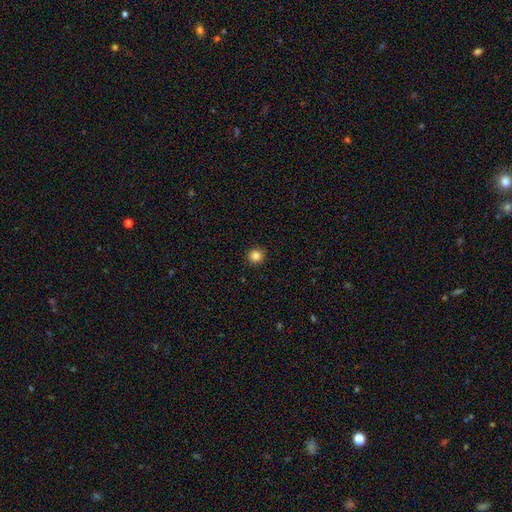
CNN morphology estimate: smooth-or-featured: smooth: 83% | star or artifact: 12% | featured or disk: 5%
  how-rounded: round: 93% | in between: 6% | cigar-shaped: 1%
  merging: none: 93% | minor disturbance: 5% | major disturbance: 2% | merger: 1%